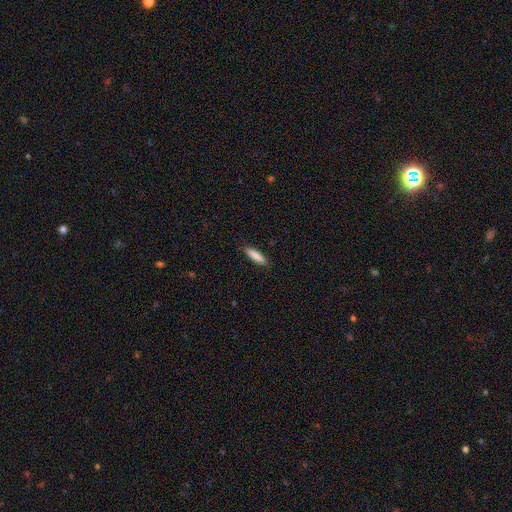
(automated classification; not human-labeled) Smooth or featured?
  - smooth: 85% *
  - featured or disk: 9%
  - star or artifact: 6%
How rounded?
  - cigar-shaped: 73% *
  - in between: 26%
  - round: 1%
Merging?
  - none: 89% *
  - minor disturbance: 9%
  - major disturbance: 2%
  - merger: 1%